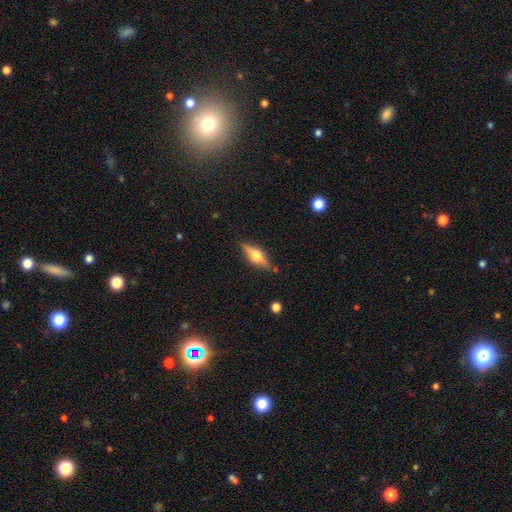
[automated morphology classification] This appears to be a featured or disk galaxy (53%) viewed edge-on (92%). Merging: none (83%).